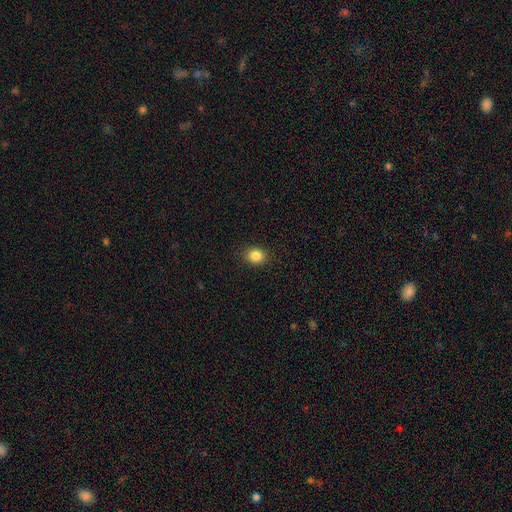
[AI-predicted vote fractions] Q: Smooth or featured?
A: smooth (85%); runner-up: star or artifact (10%)
Q: How rounded?
A: round (63%); runner-up: in between (36%)
Q: Merging?
A: none (89%); runner-up: minor disturbance (8%)